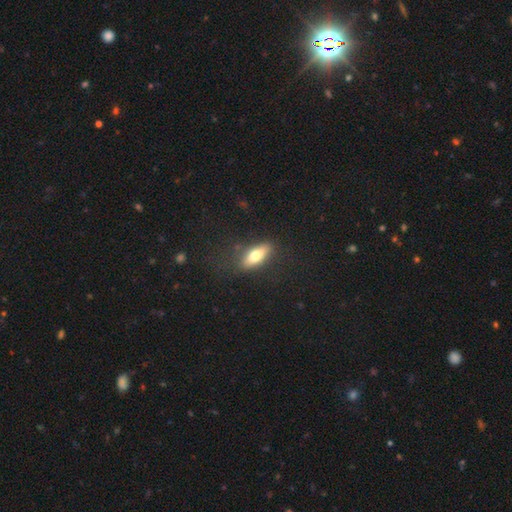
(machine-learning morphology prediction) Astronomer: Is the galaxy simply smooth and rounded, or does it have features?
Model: smooth — 66%.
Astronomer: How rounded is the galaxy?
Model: in between — 66%.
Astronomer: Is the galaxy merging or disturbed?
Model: none — 79%.